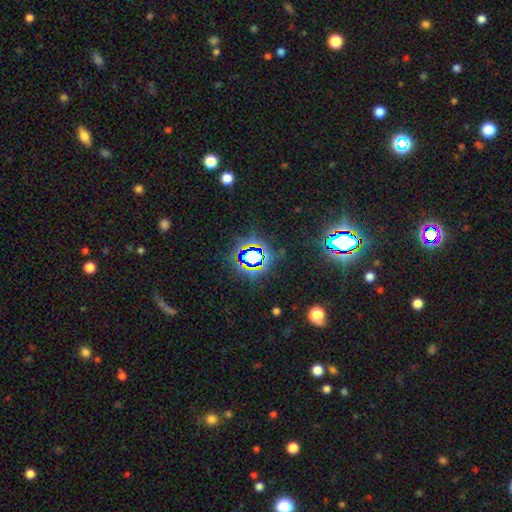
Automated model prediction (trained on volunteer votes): Smooth or featured?
  - star or artifact: 72% *
  - smooth: 17%
  - featured or disk: 11%